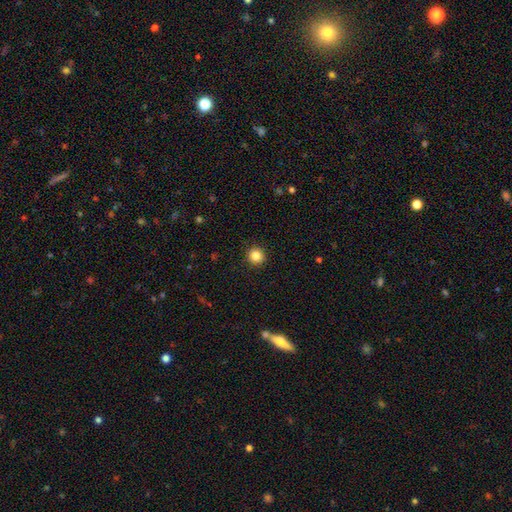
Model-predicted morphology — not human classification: This appears to be a smooth galaxy with no disk features (85%) that is round (94%). Merging: none (92%).